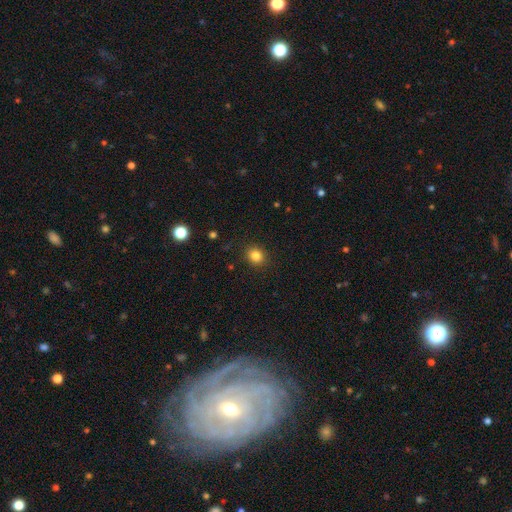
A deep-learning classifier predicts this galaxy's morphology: smooth_or_featured: smooth (p=0.83) [alt: star or artifact p=0.12]
how_rounded: round (p=0.76) [alt: in between p=0.24]
merging: none (p=0.90) [alt: minor disturbance p=0.06]